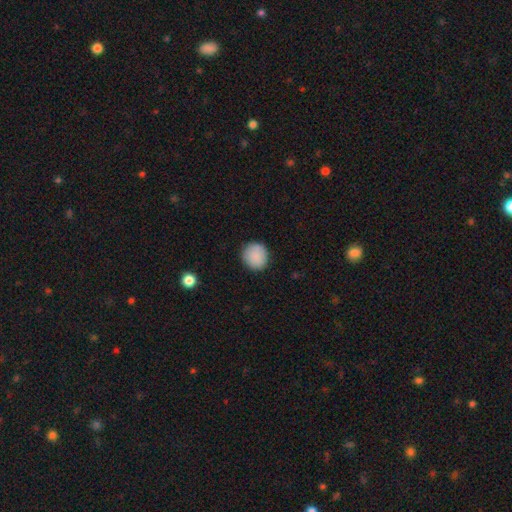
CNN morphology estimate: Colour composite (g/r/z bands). It shows a smooth galaxy with no disk features (89%) that is round (89%). Merging: none (89%).